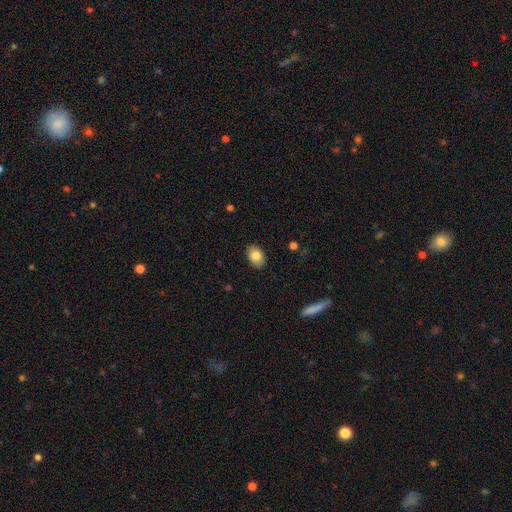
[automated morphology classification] Smooth or featured? smooth (83%)
How rounded? in between (81%)
Merging? none (87%)